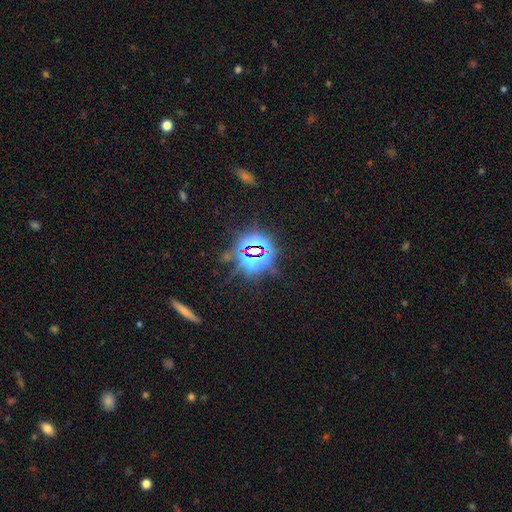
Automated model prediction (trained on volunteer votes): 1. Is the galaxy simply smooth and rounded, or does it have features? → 81% star or artifact, 11% smooth, 8% featured or disk.